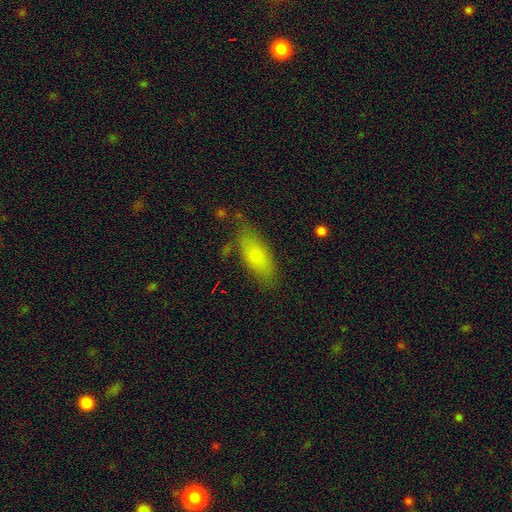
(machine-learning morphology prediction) This is likely a smooth galaxy (75%). How rounded: likely in between (74%). Merging: likely none (69%).